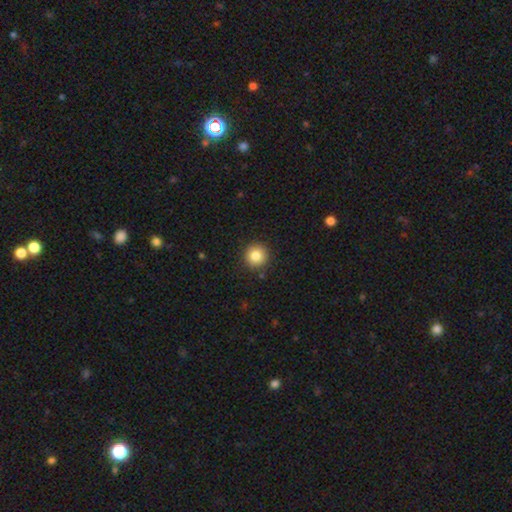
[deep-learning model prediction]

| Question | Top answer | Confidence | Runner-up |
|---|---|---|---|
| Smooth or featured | smooth | 84% | star or artifact (10%) |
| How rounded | round | 95% | in between (5%) |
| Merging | none | 91% | minor disturbance (6%) |